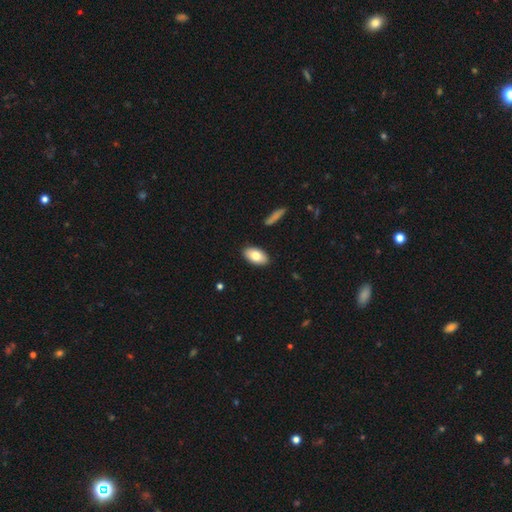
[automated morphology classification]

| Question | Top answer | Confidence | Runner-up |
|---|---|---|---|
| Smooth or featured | smooth | 78% | featured or disk (15%) |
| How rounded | in between | 94% | round (4%) |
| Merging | none | 89% | minor disturbance (8%) |